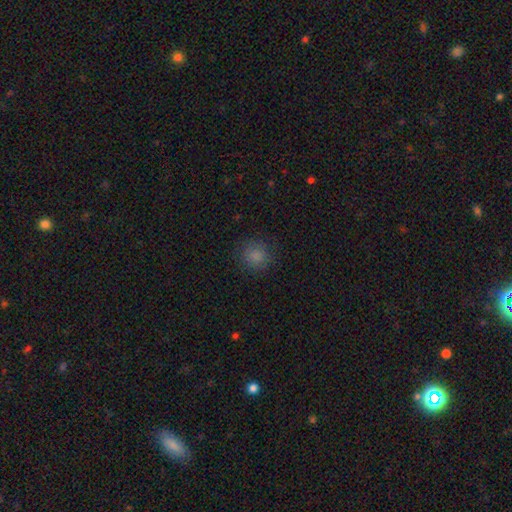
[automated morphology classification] smooth_or_featured: smooth (p=0.84) [alt: star or artifact p=0.11]
how_rounded: round (p=0.91) [alt: in between p=0.08]
merging: none (p=0.85) [alt: minor disturbance p=0.10]